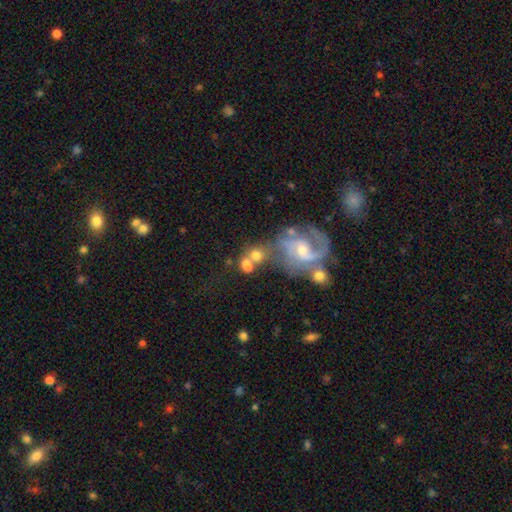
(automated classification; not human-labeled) smooth-or-featured: featured or disk: 45% | smooth: 44% | star or artifact: 11%
  merging: merger: 38% | none: 37% | minor disturbance: 14% | major disturbance: 10%